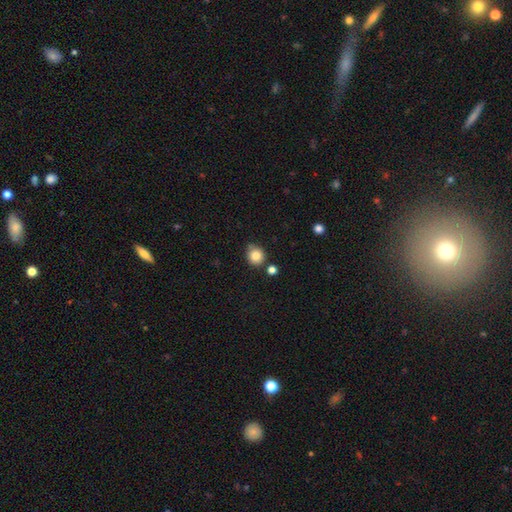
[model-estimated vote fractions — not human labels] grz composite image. It shows a smooth galaxy with no disk features (83%) that is round (83%). Merging: none (75%).